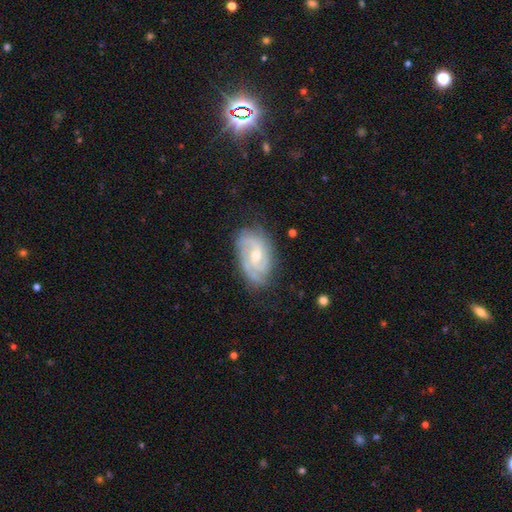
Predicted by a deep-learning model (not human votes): Smooth or featured?
  - featured or disk: 84% *
  - smooth: 10%
  - star or artifact: 6%
Edge-on disk?
  - no: 96% *
  - yes: 4%
Bar?
  - no: 53% *
  - weak: 39%
  - strong: 8%
Spiral arms?
  - yes: 96% *
  - no: 4%
Spiral winding?
  - tight: 49% *
  - medium: 39%
  - loose: 11%
Spiral arm count?
  - 2: 38% *
  - 3: 27%
  - can't tell: 21%
  - 4: 6%
  - 1: 4%
  - more than 4: 4%
Bulge size?
  - moderate: 54% *
  - small: 42%
  - large: 2%
  - none: 1%
  - dominant: 1%
Merging?
  - none: 73% *
  - minor disturbance: 20%
  - major disturbance: 6%
  - merger: 1%